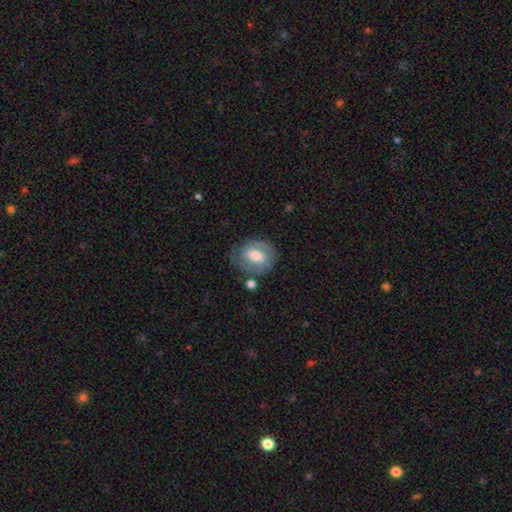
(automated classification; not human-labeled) smooth-or-featured: featured or disk: 50% | smooth: 43% | star or artifact: 7%
  merging: none: 68% | minor disturbance: 19% | major disturbance: 8% | merger: 5%